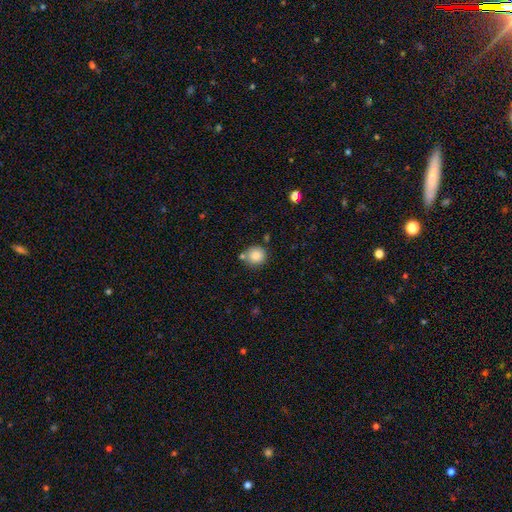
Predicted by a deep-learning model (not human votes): Smooth or featured? smooth (84%)
How rounded? round (91%)
Merging? none (74%)